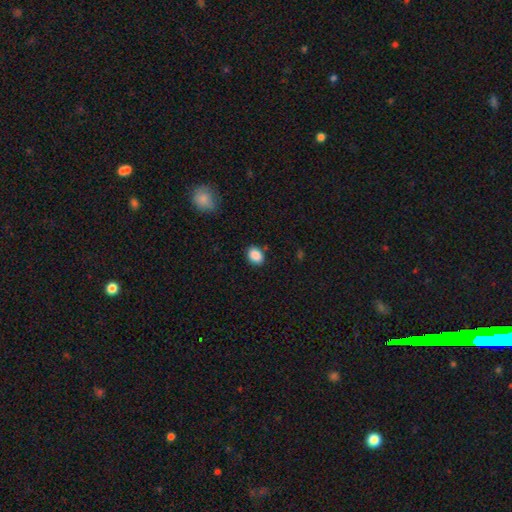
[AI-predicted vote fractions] A smooth galaxy with no disk features (89%) that is in between round and cigar-shaped (69%).

Vote fractions:
- Smooth or featured? smooth: 89% / star or artifact: 8% / featured or disk: 3%
- How rounded? in between: 69% / round: 30% / cigar-shaped: 1%
- Merging? none: 83% / minor disturbance: 12% / major disturbance: 3% / merger: 2%